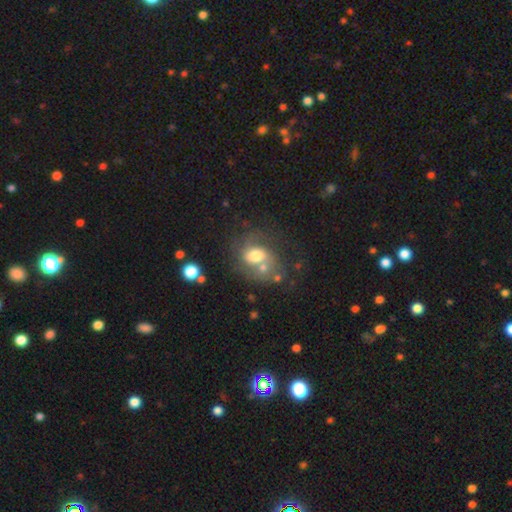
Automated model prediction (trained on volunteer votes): Morphology: type=featured or disk (49%); merging=none (35%).